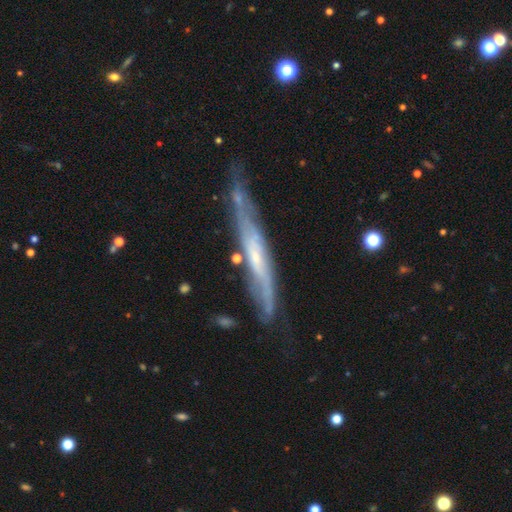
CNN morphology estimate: smooth_or_featured: featured or disk (p=0.77) [alt: smooth p=0.17]
disk_edge_on: yes (p=0.72) [alt: no p=0.28]
edge_on_bulge: none (p=0.59) [alt: rounded p=0.35]
merging: none (p=0.63) [alt: minor disturbance p=0.26]